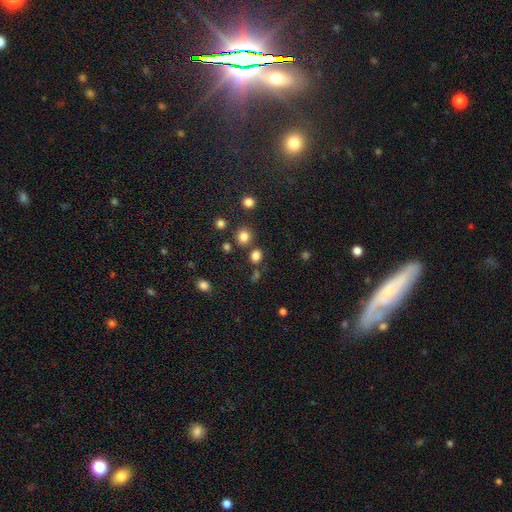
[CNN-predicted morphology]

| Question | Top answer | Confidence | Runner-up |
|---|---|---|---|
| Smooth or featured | smooth | 79% | star or artifact (16%) |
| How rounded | round | 73% | in between (26%) |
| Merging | none | 75% | merger (12%) |